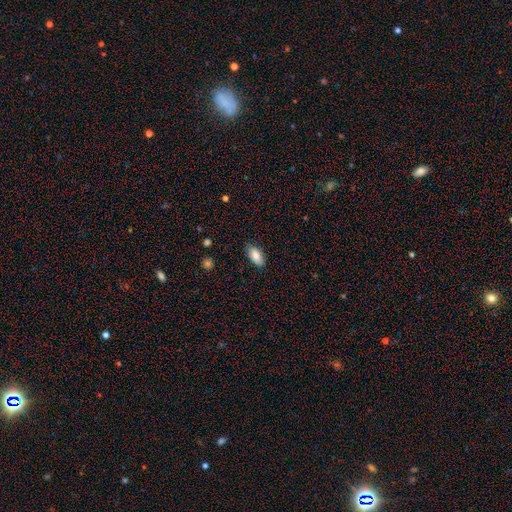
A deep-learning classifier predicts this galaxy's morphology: A smooth galaxy with no disk features (85%) that is in between round and cigar-shaped (91%).

Vote fractions:
- Smooth or featured? smooth: 85% / featured or disk: 8% / star or artifact: 7%
- How rounded? in between: 91% / cigar-shaped: 6% / round: 3%
- Merging? none: 84% / minor disturbance: 12% / major disturbance: 2% / merger: 1%